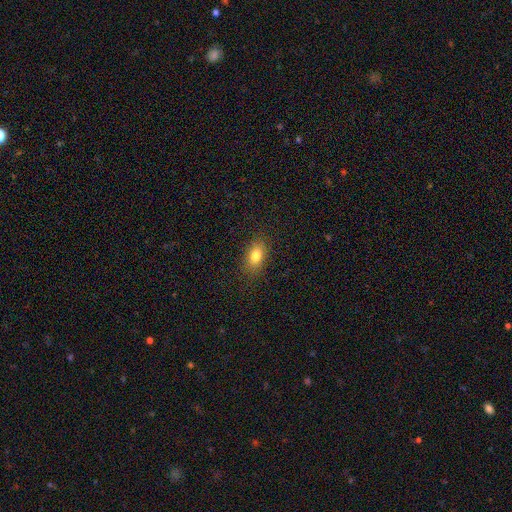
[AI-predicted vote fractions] Smooth or featured?
  - smooth: 81% *
  - star or artifact: 9%
  - featured or disk: 9%
How rounded?
  - in between: 85% *
  - round: 10%
  - cigar-shaped: 4%
Merging?
  - none: 86% *
  - minor disturbance: 10%
  - major disturbance: 3%
  - merger: 1%